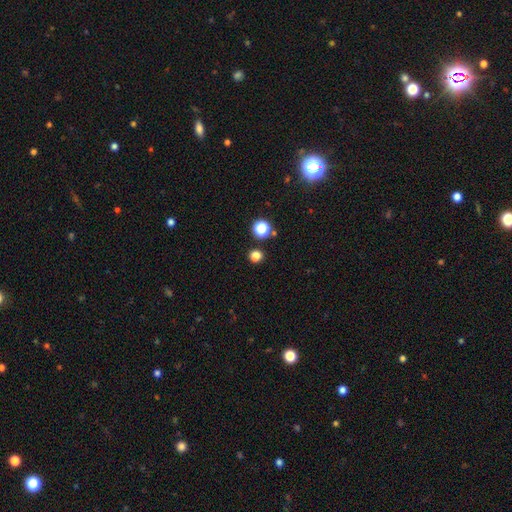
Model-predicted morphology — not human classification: This appears to be a smooth galaxy with no disk features (79%) that is round (90%). Merging: none (87%).